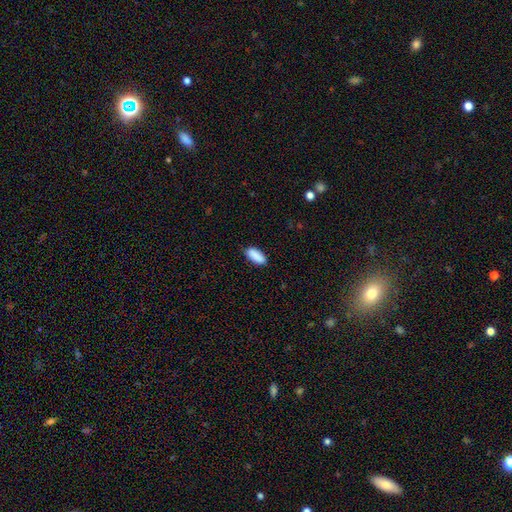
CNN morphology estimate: Smooth or featured? smooth (89%)
How rounded? in between (88%)
Merging? none (83%)